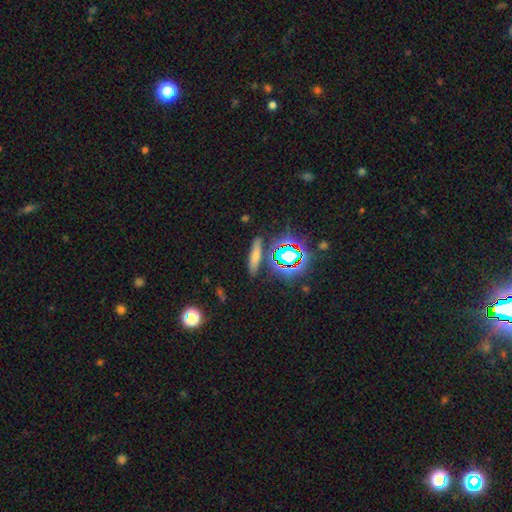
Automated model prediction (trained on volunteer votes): Smooth or featured?
  - smooth: 60% *
  - star or artifact: 23%
  - featured or disk: 17%
How rounded?
  - cigar-shaped: 73% *
  - in between: 20%
  - round: 7%
Merging?
  - none: 83% *
  - minor disturbance: 10%
  - merger: 4%
  - major disturbance: 3%